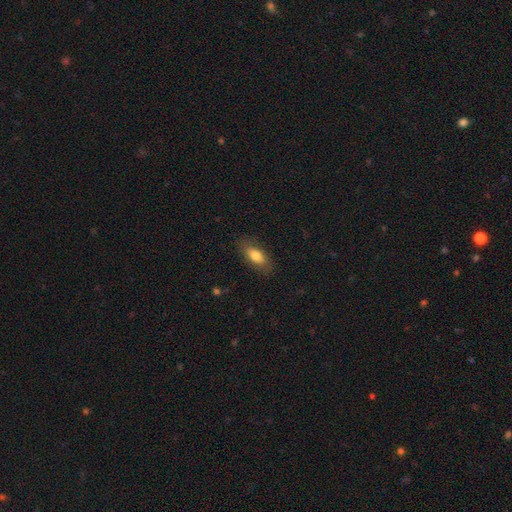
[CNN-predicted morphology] A smooth galaxy with no disk features (77%) that is in between round and cigar-shaped (83%).

Vote fractions:
- Smooth or featured? smooth: 77% / featured or disk: 16% / star or artifact: 7%
- How rounded? in between: 83% / cigar-shaped: 13% / round: 4%
- Merging? none: 83% / minor disturbance: 12% / major disturbance: 3% / merger: 1%